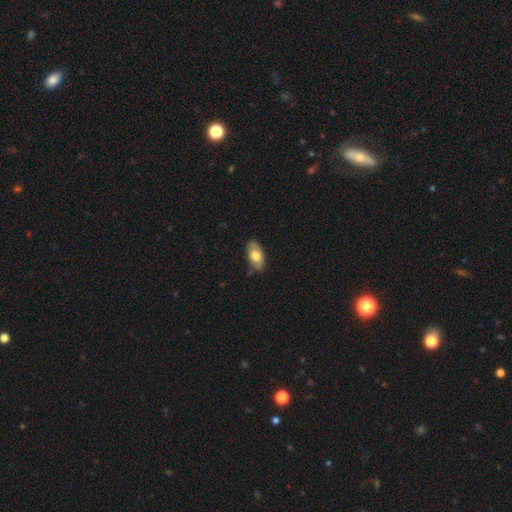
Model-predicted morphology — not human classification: Overall: smooth (69%). How rounded: in between (94%). Merging: none (82%).